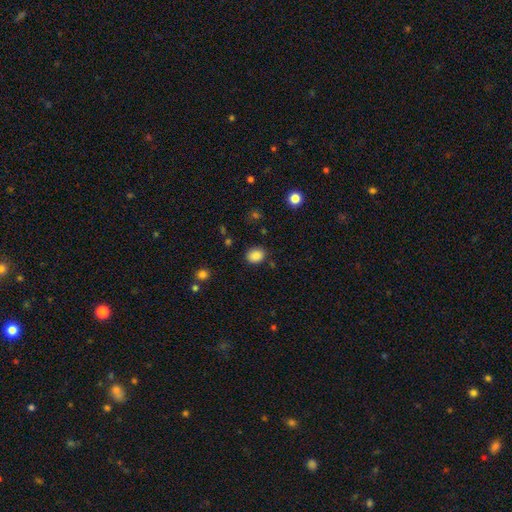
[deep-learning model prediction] This appears to be a smooth galaxy with no disk features (87%) that is round (51%). Merging: none (83%).